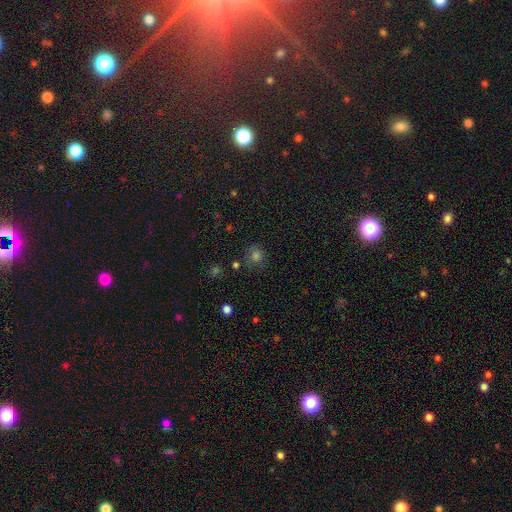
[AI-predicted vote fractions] Smooth or featured?
  - smooth: 70% *
  - star or artifact: 23%
  - featured or disk: 7%
How rounded?
  - round: 83% *
  - in between: 16%
  - cigar-shaped: 1%
Merging?
  - none: 77% *
  - minor disturbance: 15%
  - major disturbance: 5%
  - merger: 4%